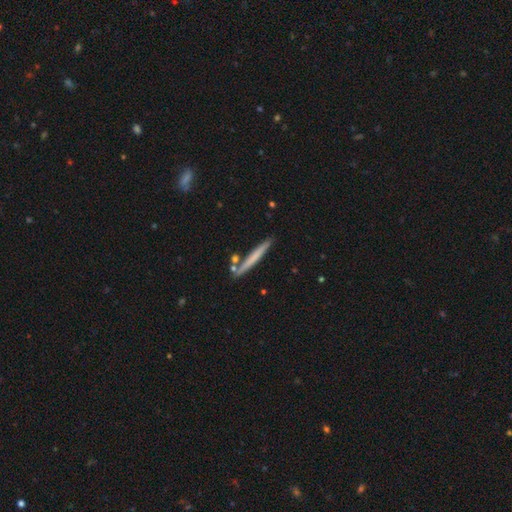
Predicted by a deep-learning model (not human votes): A smooth galaxy with no disk features (61%) that is cigar-shaped (96%).

Vote fractions:
- Smooth or featured? smooth: 61% / featured or disk: 34% / star or artifact: 5%
- How rounded? cigar-shaped: 96% / in between: 2% / round: 1%
- Merging? none: 82% / minor disturbance: 10% / merger: 6% / major disturbance: 2%